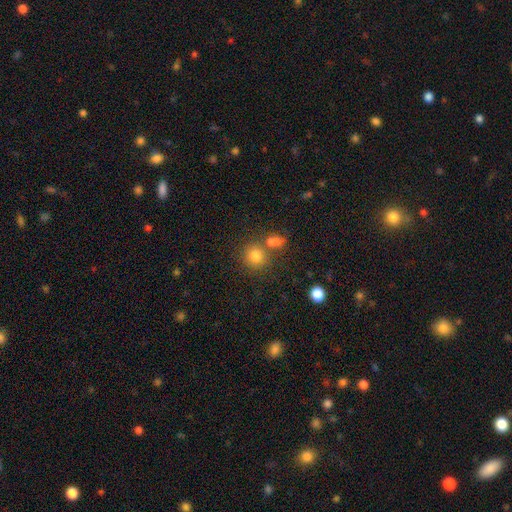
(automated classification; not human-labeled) A smooth galaxy with no disk features (78%) that is round (89%).

Vote fractions:
- Smooth or featured? smooth: 78% / star or artifact: 14% / featured or disk: 8%
- How rounded? round: 89% / in between: 10% / cigar-shaped: 1%
- Merging? none: 68% / merger: 19% / minor disturbance: 9% / major disturbance: 4%